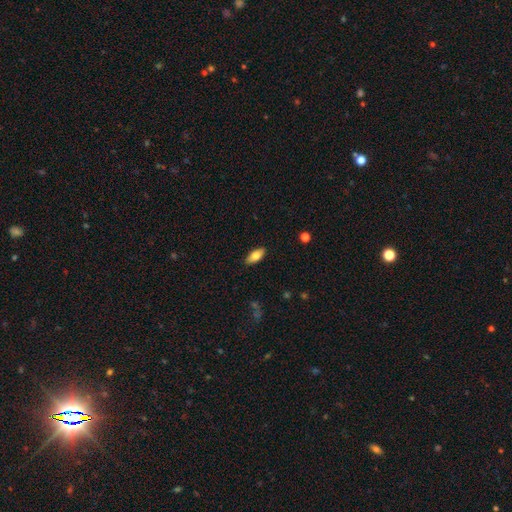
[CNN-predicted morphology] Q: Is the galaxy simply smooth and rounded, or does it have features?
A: smooth — 72%.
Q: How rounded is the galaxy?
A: in between — 86%.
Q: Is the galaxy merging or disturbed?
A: none — 88%.